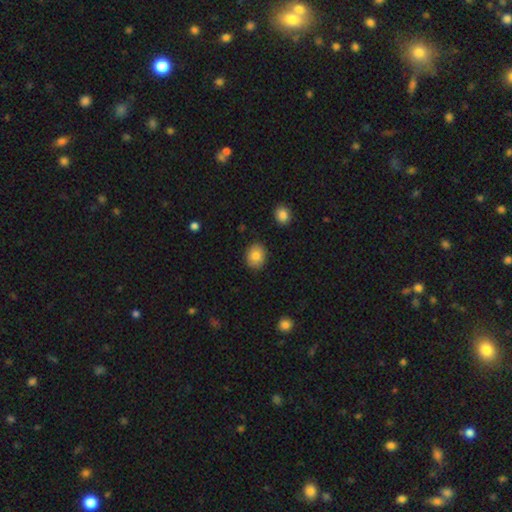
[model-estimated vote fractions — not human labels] This is clearly a smooth galaxy (82%). How rounded: possibly round (54%). Merging: clearly none (88%).